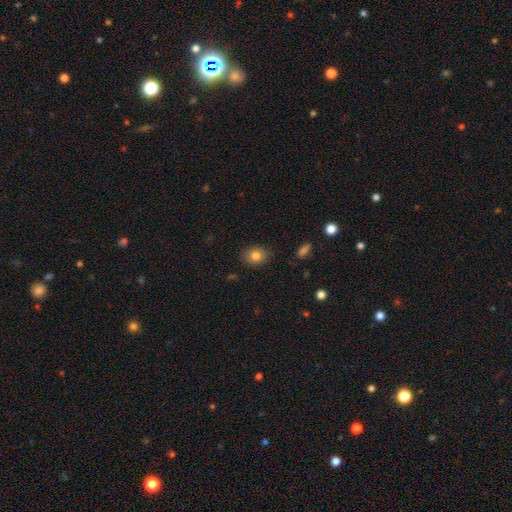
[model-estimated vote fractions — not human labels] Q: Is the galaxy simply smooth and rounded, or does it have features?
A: smooth — 81%.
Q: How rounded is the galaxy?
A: in between — 52%.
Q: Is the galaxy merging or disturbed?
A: none — 86%.